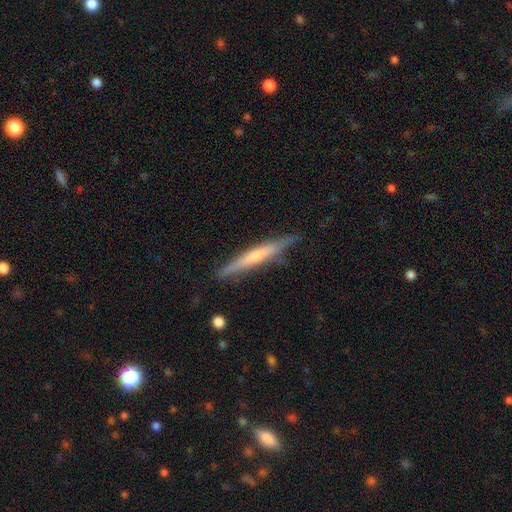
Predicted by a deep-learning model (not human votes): The model was most divided on "edge-on bulge": rounded: 52%, none: 40%, boxy: 8%. More confident: edge-on disk — yes (95%); merging — none (81%); smooth or featured — featured or disk (55%).